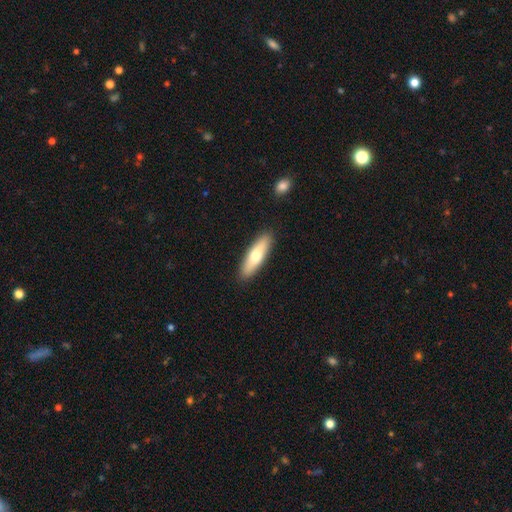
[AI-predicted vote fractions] Smooth or featured: smooth — 67% (featured or disk — 27%)
How rounded: cigar-shaped — 59% (in between — 39%)
Merging: none — 90% (minor disturbance — 8%)